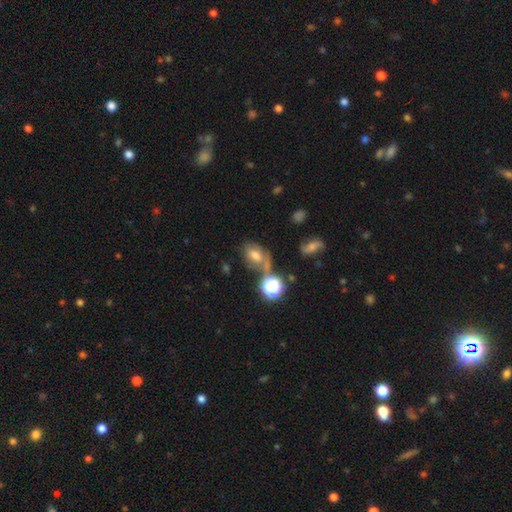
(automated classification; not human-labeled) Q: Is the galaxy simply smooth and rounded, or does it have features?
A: smooth — 51%.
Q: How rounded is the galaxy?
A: in between — 64%.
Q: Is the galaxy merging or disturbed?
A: none — 46%.